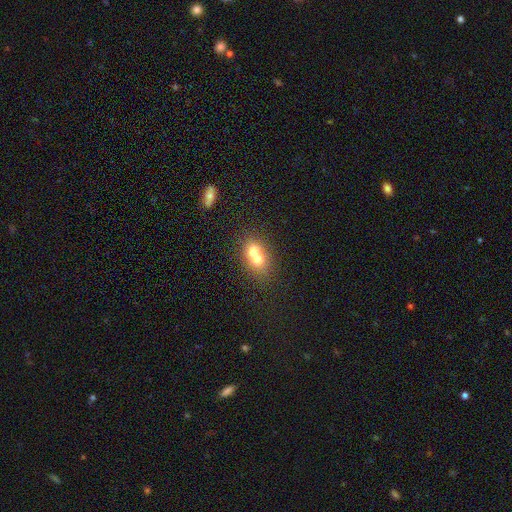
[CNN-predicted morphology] smooth_or_featured: smooth (p=0.65) [alt: featured or disk p=0.25]
how_rounded: in between (p=0.58) [alt: round p=0.40]
merging: merger (p=0.66) [alt: none p=0.24]